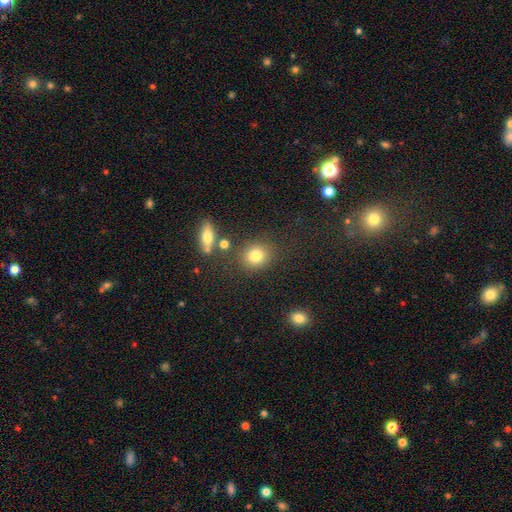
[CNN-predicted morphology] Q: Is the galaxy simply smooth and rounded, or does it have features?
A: smooth — 80%.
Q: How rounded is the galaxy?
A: round — 75%.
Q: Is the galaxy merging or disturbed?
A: none — 78%.